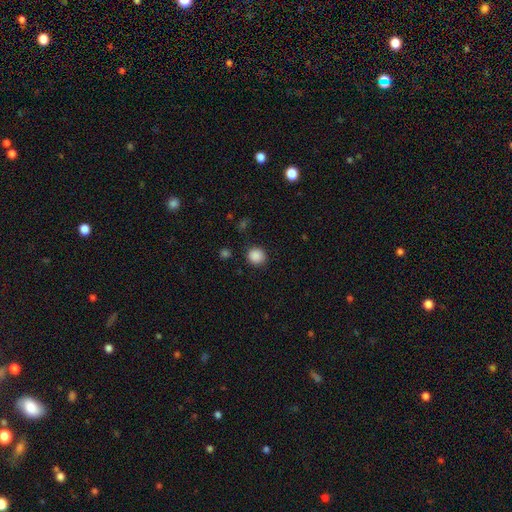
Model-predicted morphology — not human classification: The model was most divided on "how rounded": round: 88%, in between: 11%, cigar-shaped: 1%. More confident: merging — none (88%); smooth or featured — smooth (88%).